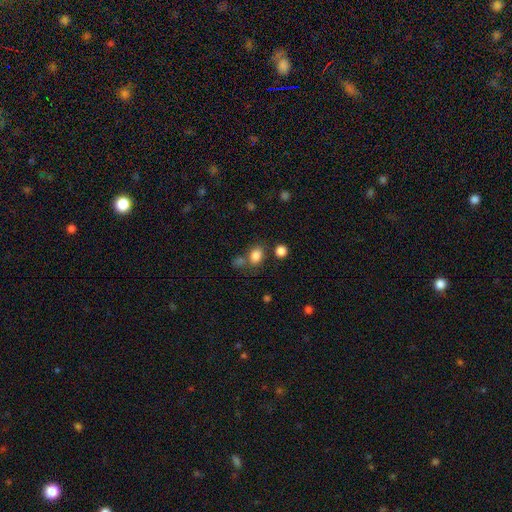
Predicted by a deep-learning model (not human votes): Smooth or featured: smooth — 83% (star or artifact — 11%)
How rounded: in between — 65% (round — 34%)
Merging: none — 64% (merger — 17%)